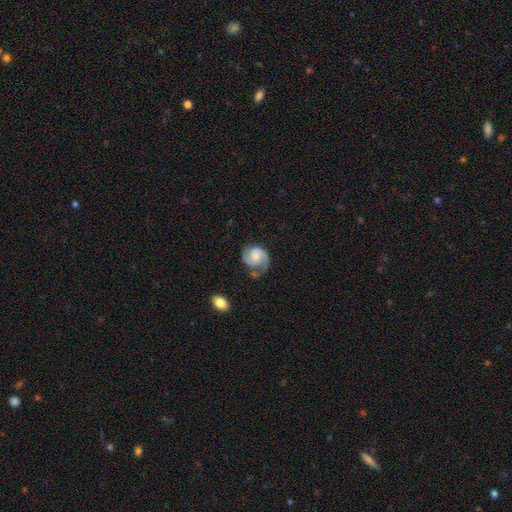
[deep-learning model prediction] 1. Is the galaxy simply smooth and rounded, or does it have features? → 83% featured or disk, 12% smooth, 5% star or artifact.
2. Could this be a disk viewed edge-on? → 98% no, 2% yes.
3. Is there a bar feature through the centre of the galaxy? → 62% no, 32% weak, 6% strong.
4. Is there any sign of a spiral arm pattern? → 97% yes, 3% no.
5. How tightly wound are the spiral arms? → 45% medium, 40% tight, 14% loose.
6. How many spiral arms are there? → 79% 2, 13% 1, 4% can't tell, 2% 3, 1% 4, 1% more than 4.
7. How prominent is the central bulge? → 46% moderate, 43% small, 5% none, 4% large, 1% dominant.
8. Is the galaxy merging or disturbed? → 62% none, 22% minor disturbance, 12% major disturbance, 4% merger.